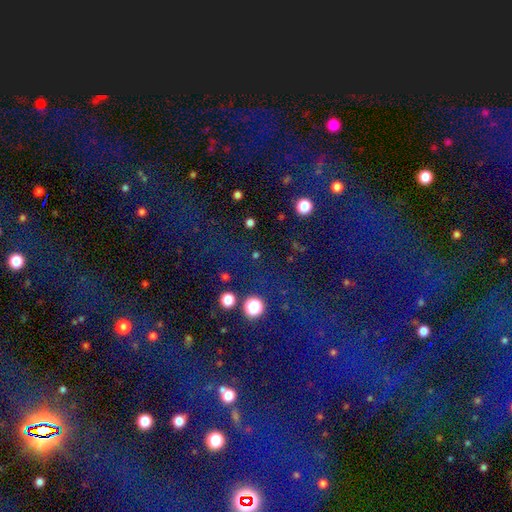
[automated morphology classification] Smooth or featured? Predicted: star or artifact (p=0.75).